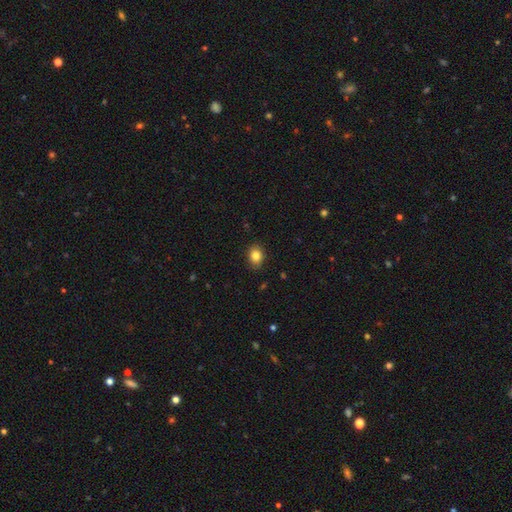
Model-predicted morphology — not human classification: This is clearly a smooth galaxy (84%). How rounded: possibly in between (57%). Merging: clearly none (86%).